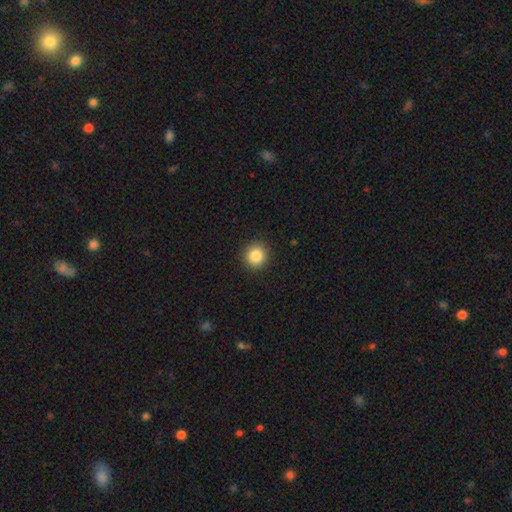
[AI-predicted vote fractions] Overall: smooth (86%). How rounded: round (92%). Merging: none (92%).